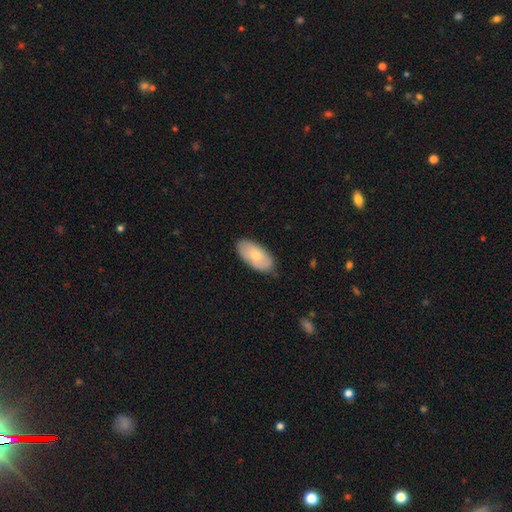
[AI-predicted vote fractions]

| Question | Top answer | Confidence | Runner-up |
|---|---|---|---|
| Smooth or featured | smooth | 68% | featured or disk (26%) |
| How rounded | in between | 94% | cigar-shaped (3%) |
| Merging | none | 82% | minor disturbance (14%) |